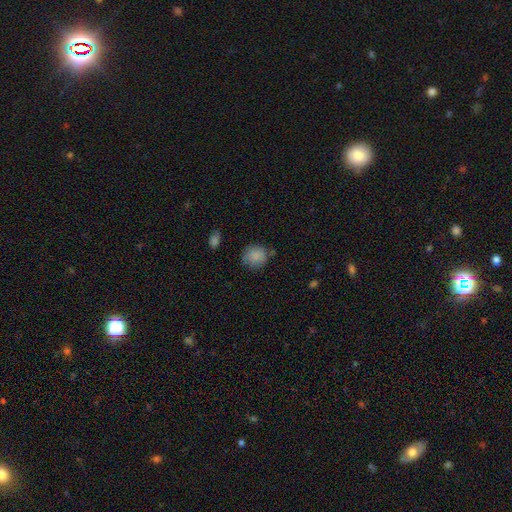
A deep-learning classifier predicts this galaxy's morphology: Q: Smooth or featured?
A: smooth (85%); runner-up: star or artifact (9%)
Q: How rounded?
A: round (85%); runner-up: in between (14%)
Q: Merging?
A: none (75%); runner-up: minor disturbance (17%)